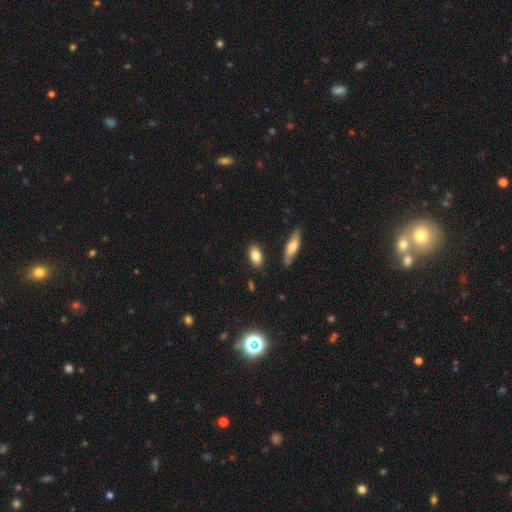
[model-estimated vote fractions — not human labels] A smooth galaxy with no disk features (83%) that is in between round and cigar-shaped (85%). Merging: none (85%).